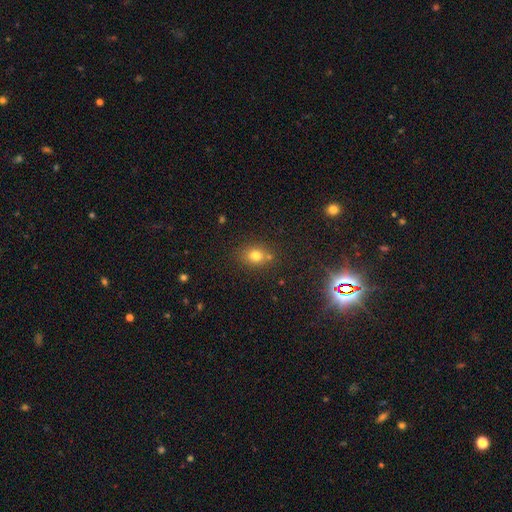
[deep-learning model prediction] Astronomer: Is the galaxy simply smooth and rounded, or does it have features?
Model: smooth — 75%.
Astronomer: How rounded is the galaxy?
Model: round — 56% (runner-up: in between, 43%).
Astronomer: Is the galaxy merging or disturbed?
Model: none — 72%.